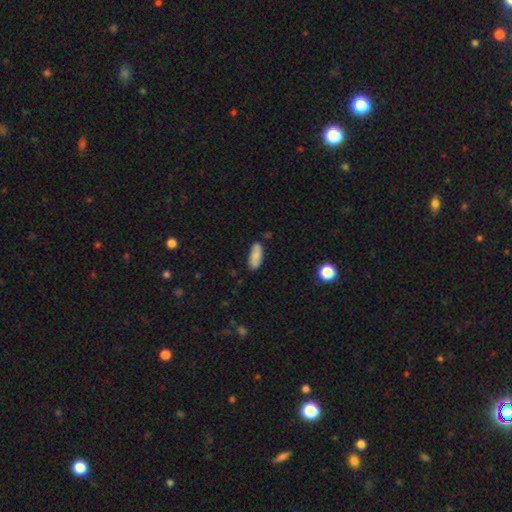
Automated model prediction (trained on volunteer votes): This is likely a smooth galaxy (75%). How rounded: likely in between (78%). Merging: likely none (76%).